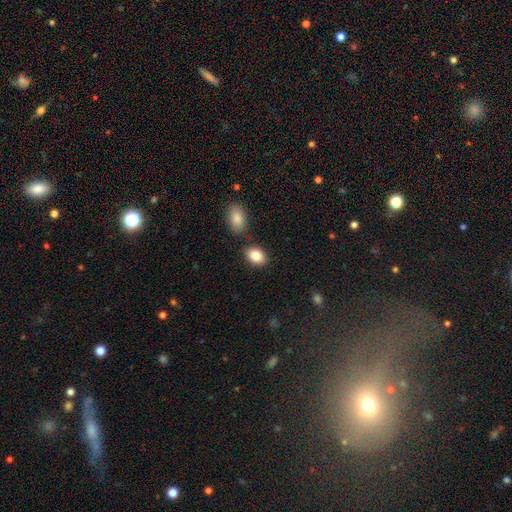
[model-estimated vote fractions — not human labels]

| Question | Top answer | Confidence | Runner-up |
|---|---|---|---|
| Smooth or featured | smooth | 86% | star or artifact (7%) |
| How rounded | in between | 81% | round (18%) |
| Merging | none | 78% | minor disturbance (11%) |